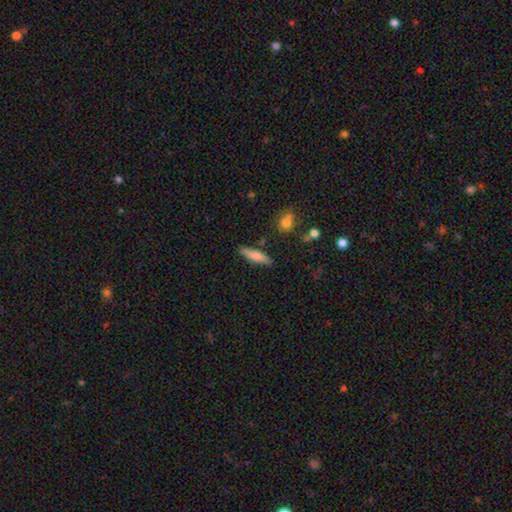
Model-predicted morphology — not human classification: Q: Smooth or featured?
A: smooth (73%); runner-up: featured or disk (21%)
Q: How rounded?
A: cigar-shaped (70%); runner-up: in between (27%)
Q: Merging?
A: none (82%); runner-up: minor disturbance (12%)